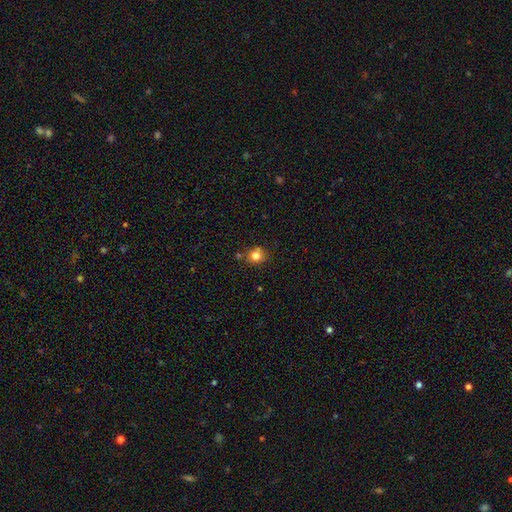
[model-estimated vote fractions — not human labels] Smooth or featured: smooth — 79% (star or artifact — 13%)
How rounded: round — 84% (in between — 15%)
Merging: none — 74% (minor disturbance — 12%)